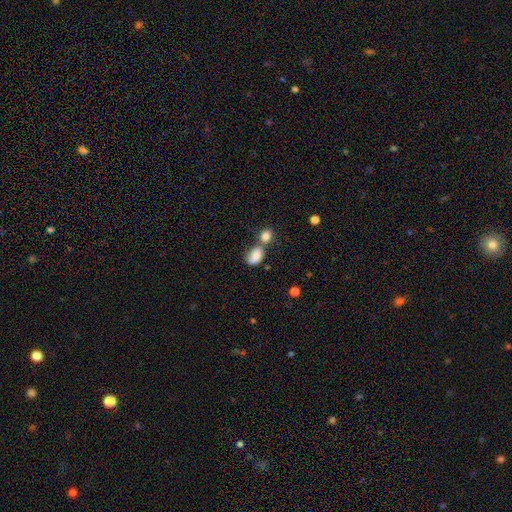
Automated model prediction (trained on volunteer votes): smooth 78%, featured or disk 13%, star or artifact 9%. Down the decision tree: how rounded — in between (81%); merging — merger (56%).